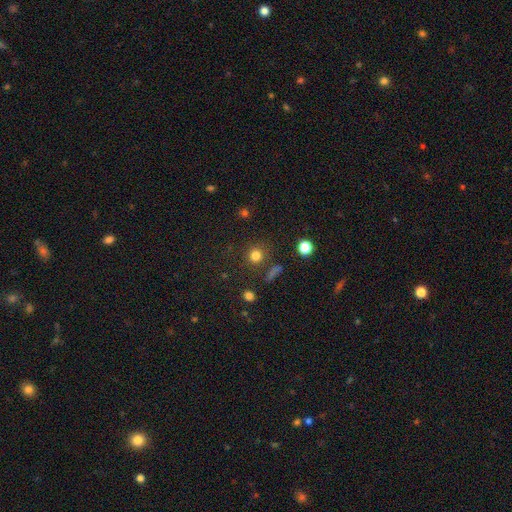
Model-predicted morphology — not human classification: Smooth or featured: smooth — 79% (star or artifact — 16%)
How rounded: round — 90% (in between — 9%)
Merging: none — 82% (minor disturbance — 9%)